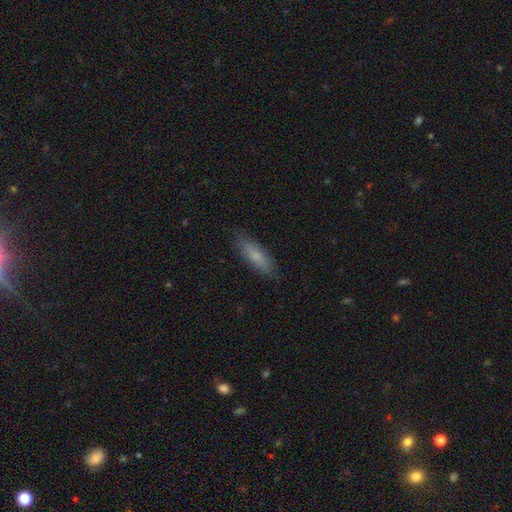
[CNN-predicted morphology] Q: Smooth or featured?
A: smooth (74%); runner-up: featured or disk (19%)
Q: How rounded?
A: cigar-shaped (56%); runner-up: in between (43%)
Q: Merging?
A: none (84%); runner-up: minor disturbance (12%)